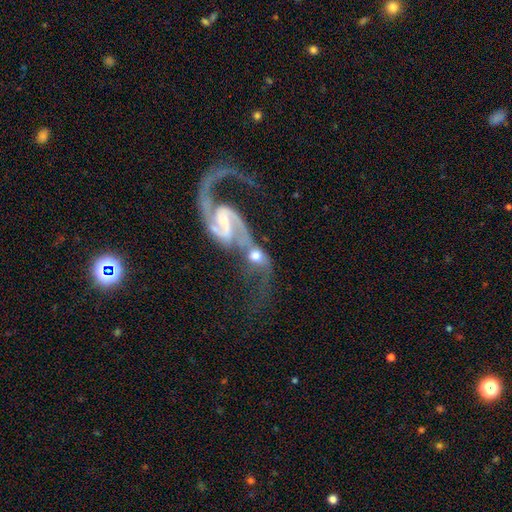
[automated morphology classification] This appears to be a featured or disk galaxy (65%) with no bar (49%), 2 (85%) loose (55%) spiral arms (85%) and a moderate central bulge (41%). Merging: merger (66%).